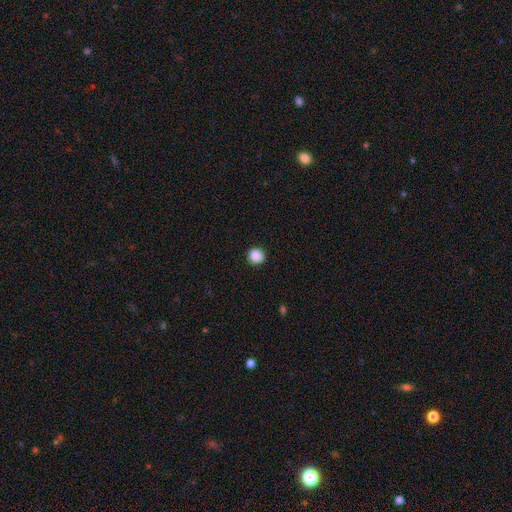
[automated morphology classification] This appears to be a smooth galaxy with no disk features (88%) that is round (93%). Merging: none (92%).